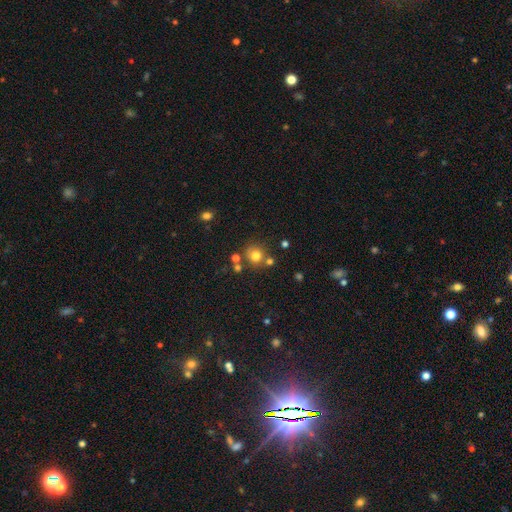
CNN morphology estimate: Smooth or featured?
  - smooth: 76% *
  - star or artifact: 15%
  - featured or disk: 9%
How rounded?
  - round: 88% *
  - in between: 11%
  - cigar-shaped: 1%
Merging?
  - none: 70% *
  - merger: 15%
  - minor disturbance: 11%
  - major disturbance: 4%